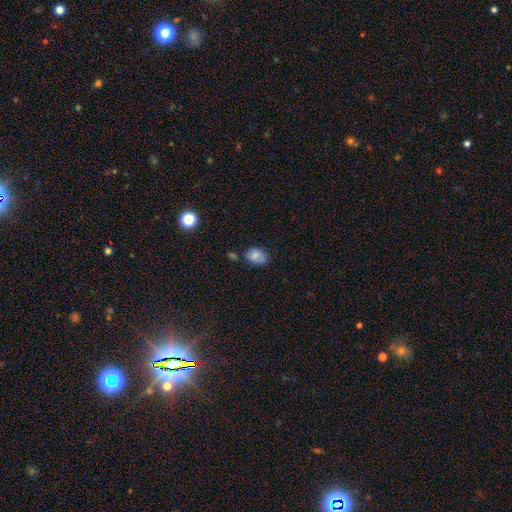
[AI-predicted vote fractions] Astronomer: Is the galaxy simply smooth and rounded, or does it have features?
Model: smooth — 82%.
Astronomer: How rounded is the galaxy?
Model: in between — 80%.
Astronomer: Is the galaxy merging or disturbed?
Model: none — 69%.